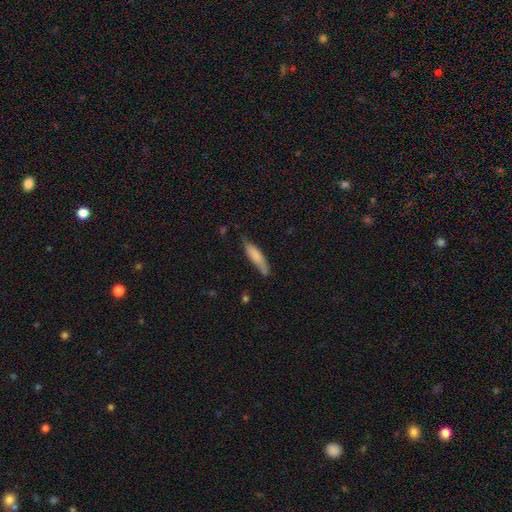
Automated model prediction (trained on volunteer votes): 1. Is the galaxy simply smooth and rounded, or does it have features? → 77% smooth, 17% featured or disk, 6% star or artifact.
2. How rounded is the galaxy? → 71% cigar-shaped, 27% in between, 1% round.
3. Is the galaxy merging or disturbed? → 65% none, 27% minor disturbance, 5% major disturbance, 3% merger.